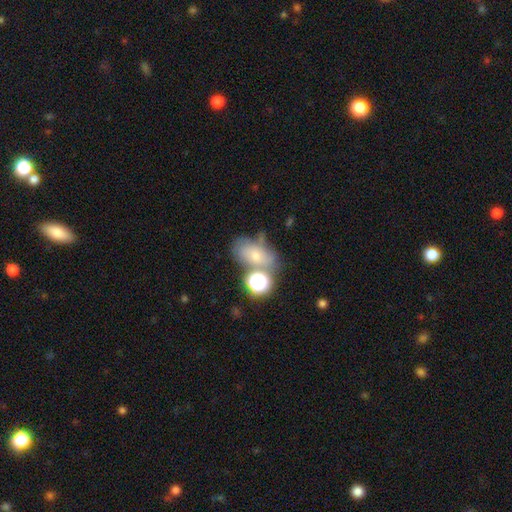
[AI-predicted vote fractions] The model was most divided on "merging": none: 45%, merger: 26%, minor disturbance: 18%, major disturbance: 11%. Remaining: smooth or featured — smooth (48%).